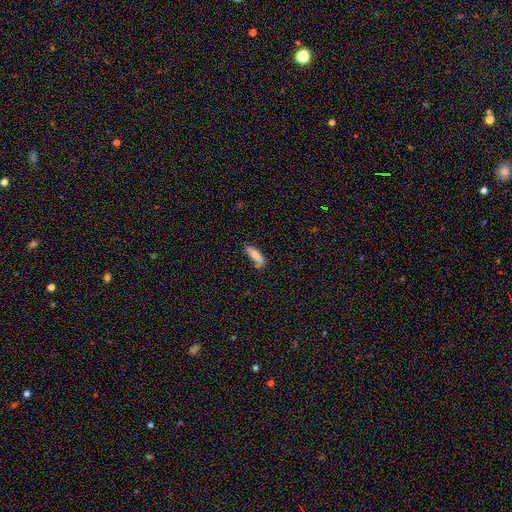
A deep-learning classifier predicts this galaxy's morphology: smooth-or-featured: smooth: 82% | featured or disk: 10% | star or artifact: 8%
  how-rounded: cigar-shaped: 54% | in between: 44% | round: 2%
  merging: none: 62% | minor disturbance: 24% | merger: 8% | major disturbance: 6%